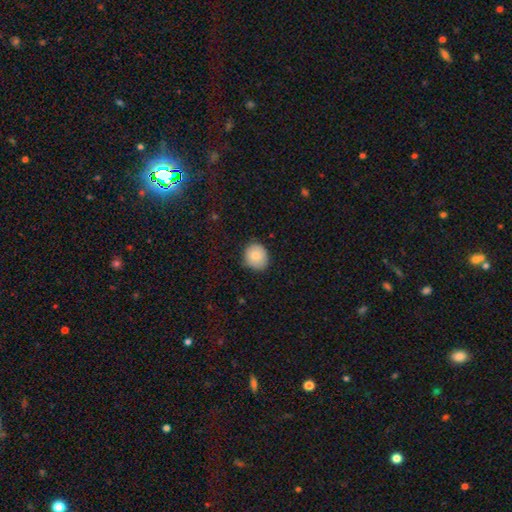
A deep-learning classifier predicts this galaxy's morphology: The model was most divided on "how rounded": round: 80%, in between: 19%, cigar-shaped: 1%. More confident: smooth or featured — smooth (82%); merging — none (78%).